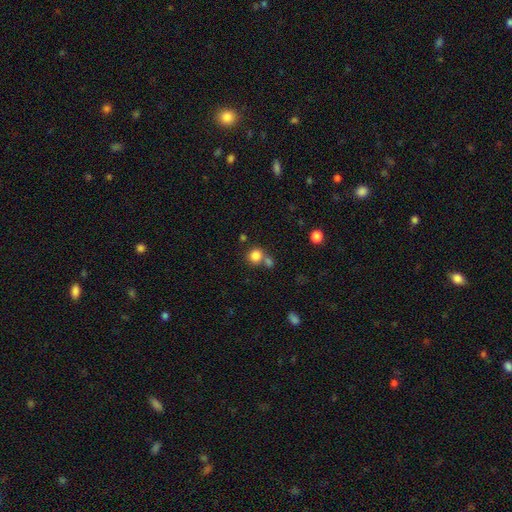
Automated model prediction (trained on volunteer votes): Smooth or featured?
  - smooth: 83% *
  - star or artifact: 11%
  - featured or disk: 6%
How rounded?
  - round: 85% *
  - in between: 14%
  - cigar-shaped: 1%
Merging?
  - none: 57% *
  - merger: 31%
  - minor disturbance: 9%
  - major disturbance: 4%